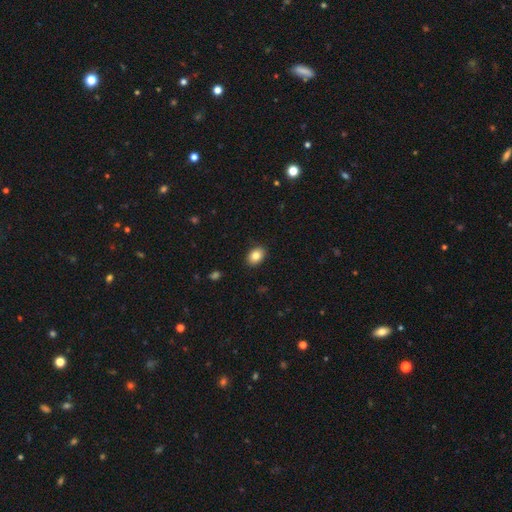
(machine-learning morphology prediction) Overall: smooth (84%). How rounded: in between (78%). Merging: none (89%).